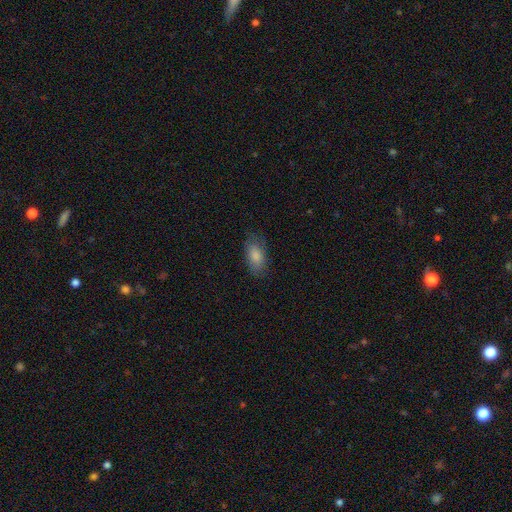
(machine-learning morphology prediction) smooth 83%, featured or disk 10%, star or artifact 7%. Down the decision tree: how rounded — in between (91%); merging — none (75%).